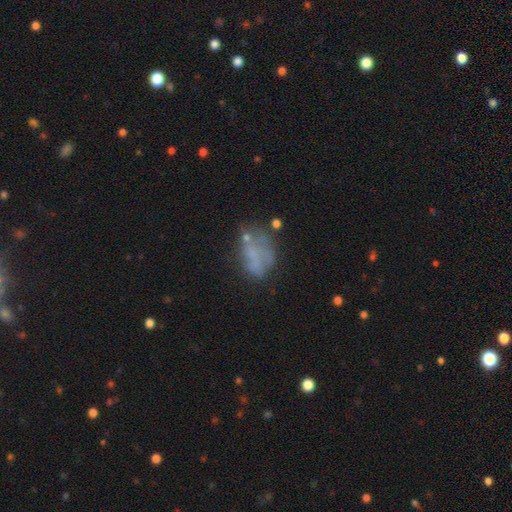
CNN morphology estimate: smooth_or_featured: smooth (p=0.43) [alt: featured or disk p=0.41]
merging: none (p=0.38) [alt: major disturbance p=0.26]